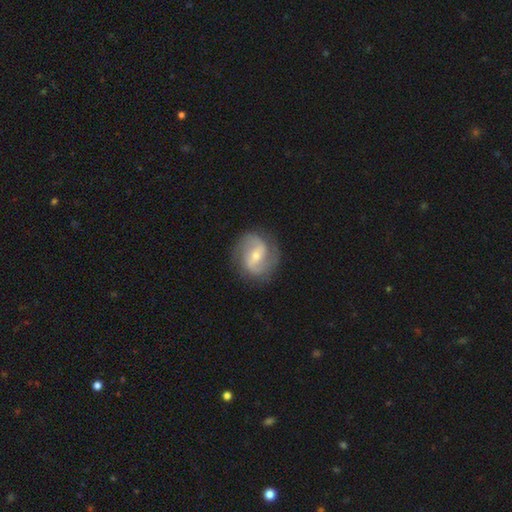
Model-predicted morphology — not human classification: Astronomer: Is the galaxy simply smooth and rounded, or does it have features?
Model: featured or disk — 82%.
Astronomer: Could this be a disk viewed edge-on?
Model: no — 97%.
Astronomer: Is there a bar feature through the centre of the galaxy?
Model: weak — 46% (runner-up: strong, 29%).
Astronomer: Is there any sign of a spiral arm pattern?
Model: yes — 94%.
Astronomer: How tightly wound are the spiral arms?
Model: medium — 49% (runner-up: loose, 29%).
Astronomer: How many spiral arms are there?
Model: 2 — 87%.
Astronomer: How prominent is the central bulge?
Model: small — 59% (runner-up: moderate, 36%).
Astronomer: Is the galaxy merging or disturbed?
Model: none — 81%.